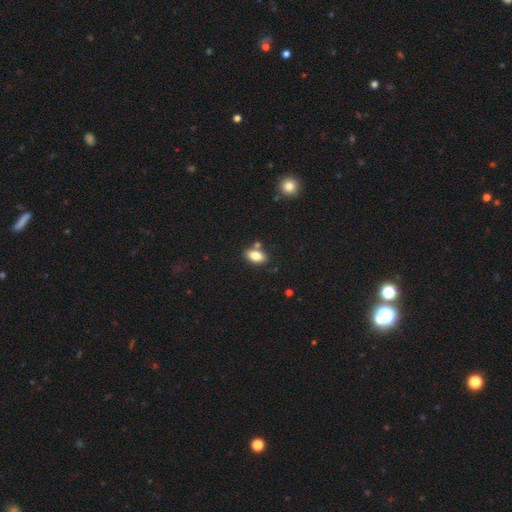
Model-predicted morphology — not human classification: The model was most divided on "merging": none: 73%, merger: 12%, minor disturbance: 12%, major disturbance: 3%. More confident: how rounded — in between (90%); smooth or featured — smooth (81%).